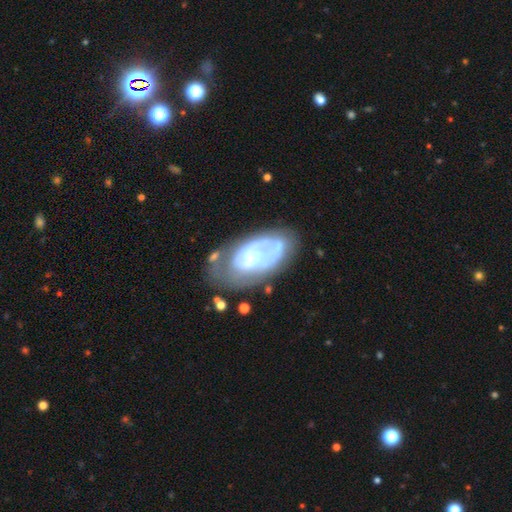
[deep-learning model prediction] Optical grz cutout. It shows a featured or disk galaxy (69%) with no bar (71%), spiral arms (60%) and a moderate central bulge (49%). Merging: none (48%).